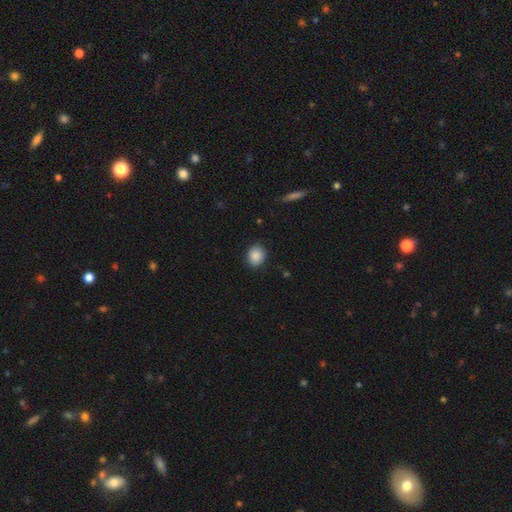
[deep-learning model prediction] smooth_or_featured: smooth (p=0.87) [alt: star or artifact p=0.08]
how_rounded: round (p=0.63) [alt: in between p=0.37]
merging: none (p=0.87) [alt: minor disturbance p=0.10]